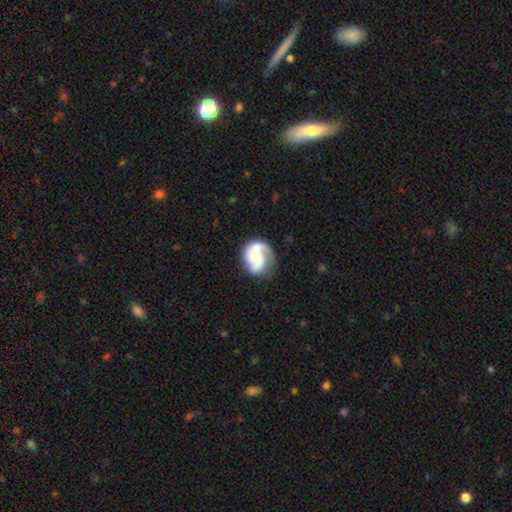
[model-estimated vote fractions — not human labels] A featured or disk galaxy (77%) with no bar (65%), 2 (71%) medium (48%) spiral arms (93%) and a small central bulge (45%). Merging: none (57%).